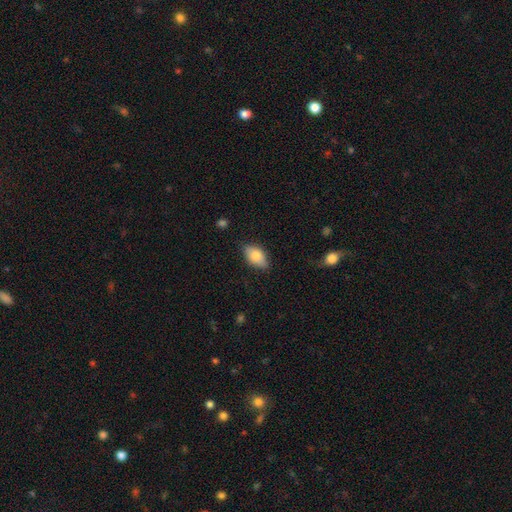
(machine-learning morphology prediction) Smooth or featured? smooth (78%)
How rounded? in between (91%)
Merging? none (79%)